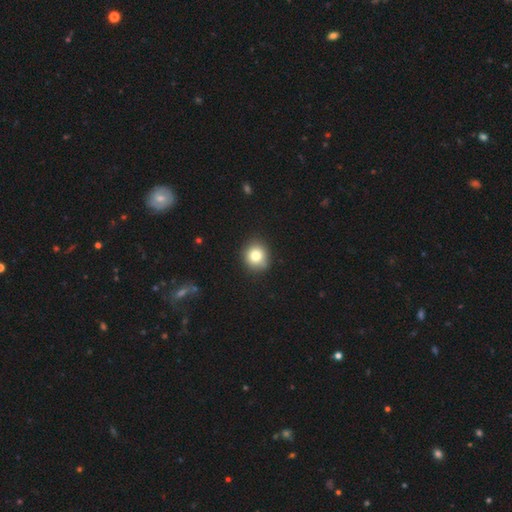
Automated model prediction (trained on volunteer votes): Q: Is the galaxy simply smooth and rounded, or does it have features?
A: smooth — 81%.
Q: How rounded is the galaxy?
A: round — 86%.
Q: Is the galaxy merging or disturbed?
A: none — 86%.